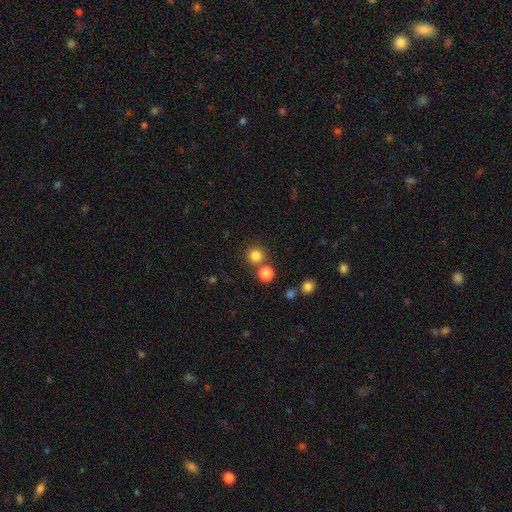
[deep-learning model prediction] A smooth galaxy with no disk features (81%) that is round (94%).

Vote fractions:
- Smooth or featured? smooth: 81% / star or artifact: 14% / featured or disk: 5%
- How rounded? round: 94% / in between: 5% / cigar-shaped: 1%
- Merging? none: 77% / merger: 14% / minor disturbance: 6% / major disturbance: 3%